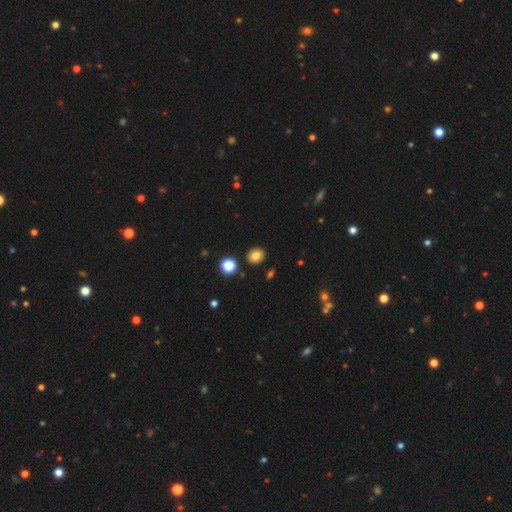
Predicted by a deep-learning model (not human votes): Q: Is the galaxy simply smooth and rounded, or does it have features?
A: smooth — 82%.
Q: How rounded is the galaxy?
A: round — 70%.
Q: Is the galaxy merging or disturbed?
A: none — 89%.